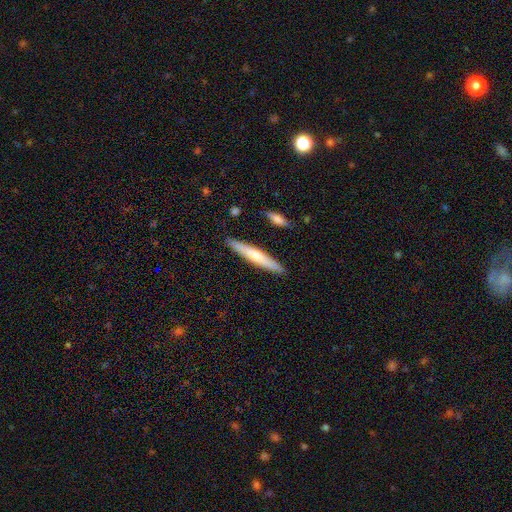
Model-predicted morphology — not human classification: Overall: smooth (59%; featured or disk 35%). How rounded: cigar-shaped (92%). Merging: none (89%).